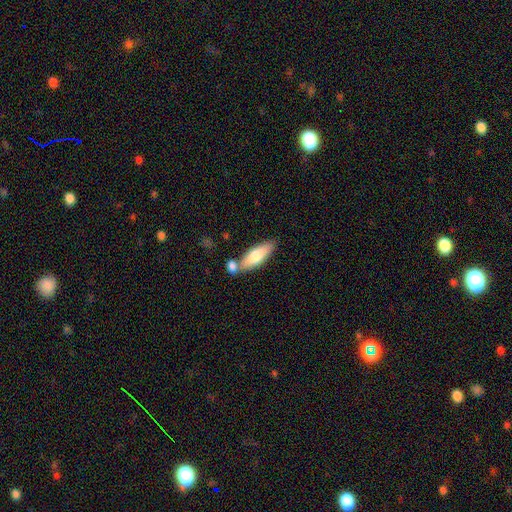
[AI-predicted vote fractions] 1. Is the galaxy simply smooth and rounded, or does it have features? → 70% smooth, 24% featured or disk, 5% star or artifact.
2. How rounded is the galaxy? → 61% in between, 37% cigar-shaped, 2% round.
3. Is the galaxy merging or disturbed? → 59% none, 25% merger, 13% minor disturbance, 3% major disturbance.